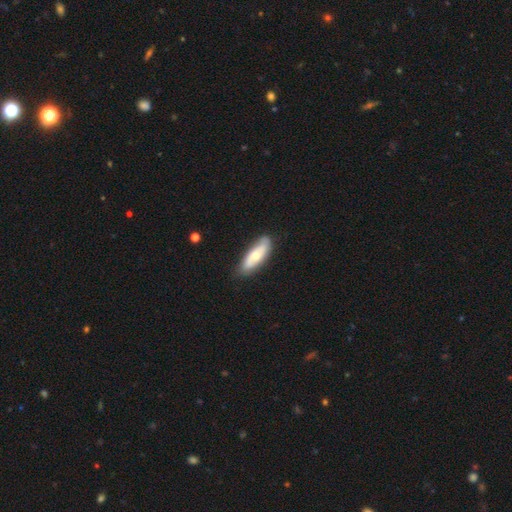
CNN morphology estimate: smooth_or_featured: smooth (p=0.51) [alt: featured or disk p=0.44]
how_rounded: in between (p=0.66) [alt: cigar-shaped p=0.31]
merging: none (p=0.81) [alt: minor disturbance p=0.14]